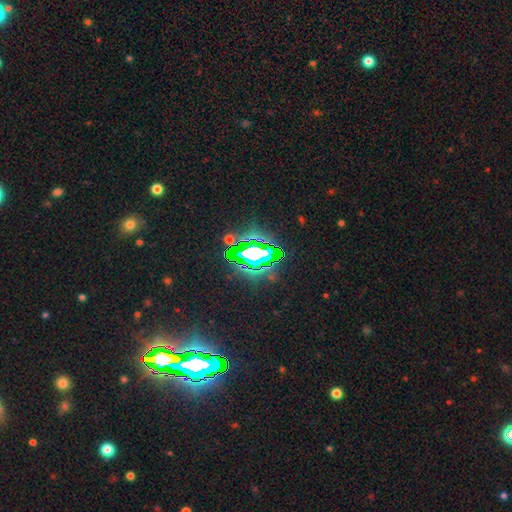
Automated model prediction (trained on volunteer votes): Smooth or featured?
  - star or artifact: 73% *
  - smooth: 14%
  - featured or disk: 13%